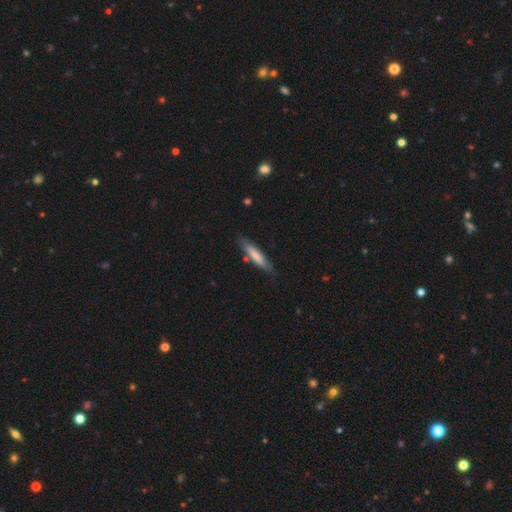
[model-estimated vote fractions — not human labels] The model was most divided on "smooth or featured": smooth: 72%, featured or disk: 23%, star or artifact: 5%. More confident: how rounded — cigar-shaped (84%); merging — none (79%).